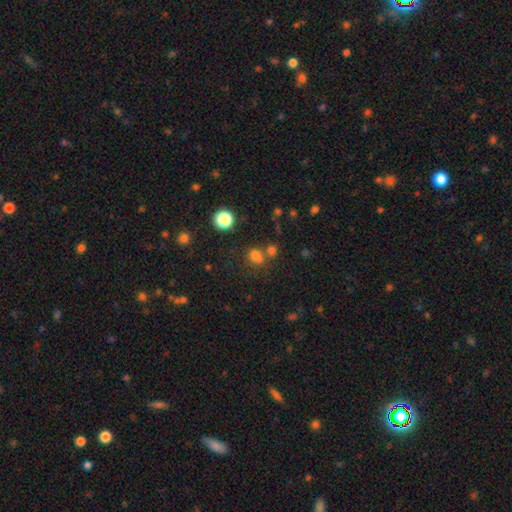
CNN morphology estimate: Smooth or featured: smooth — 71% (star or artifact — 21%)
How rounded: round — 66% (in between — 32%)
Merging: none — 52% (merger — 30%)